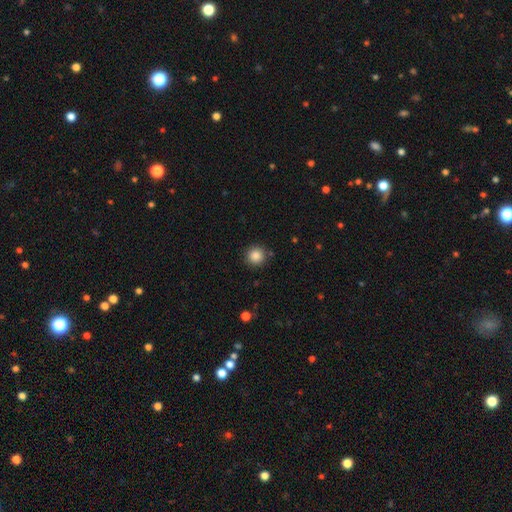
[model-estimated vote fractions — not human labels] This is clearly a smooth galaxy (86%). How rounded: clearly round (94%). Merging: clearly none (88%).